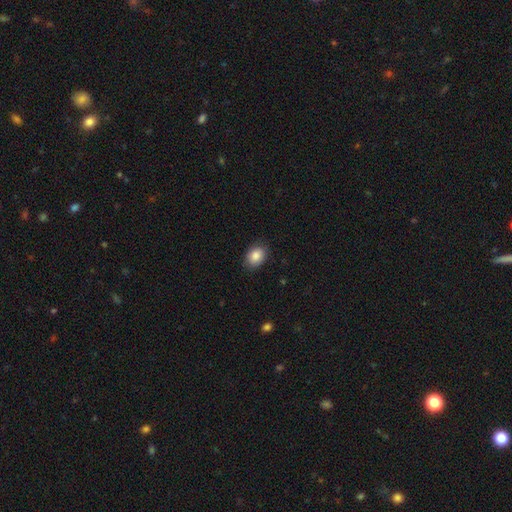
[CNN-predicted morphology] A smooth galaxy with no disk features (87%) that is in between round and cigar-shaped (77%).

Vote fractions:
- Smooth or featured? smooth: 87% / star or artifact: 8% / featured or disk: 6%
- How rounded? in between: 77% / round: 22% / cigar-shaped: 1%
- Merging? none: 84% / minor disturbance: 12% / major disturbance: 3% / merger: 1%